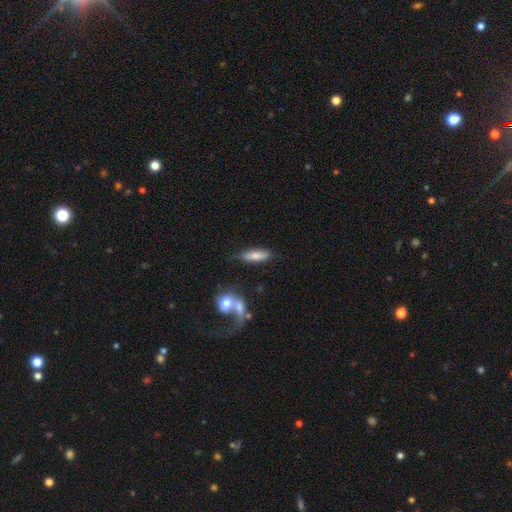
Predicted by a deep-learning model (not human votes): This appears to be a smooth galaxy with no disk features (74%) that is cigar-shaped (54%). Merging: none (66%).